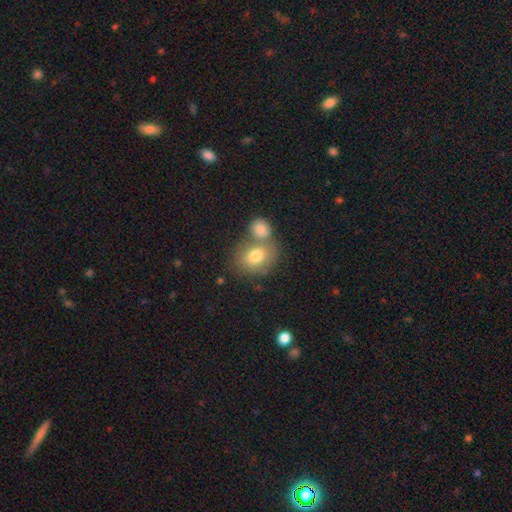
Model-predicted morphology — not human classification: smooth_or_featured: smooth (p=0.77) [alt: featured or disk p=0.15]
how_rounded: in between (p=0.51) [alt: round p=0.47]
merging: none (p=0.43) [tied with: merger p=0.43]